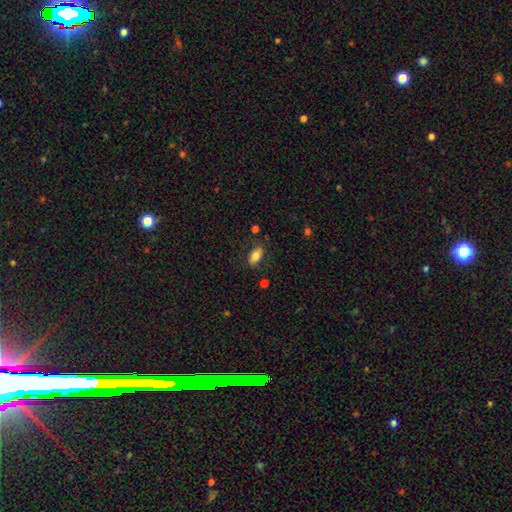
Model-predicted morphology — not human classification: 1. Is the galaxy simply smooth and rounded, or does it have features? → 78% smooth, 14% featured or disk, 8% star or artifact.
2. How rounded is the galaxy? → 90% in between, 5% cigar-shaped, 5% round.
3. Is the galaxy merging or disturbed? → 80% none, 14% minor disturbance, 4% major disturbance, 2% merger.